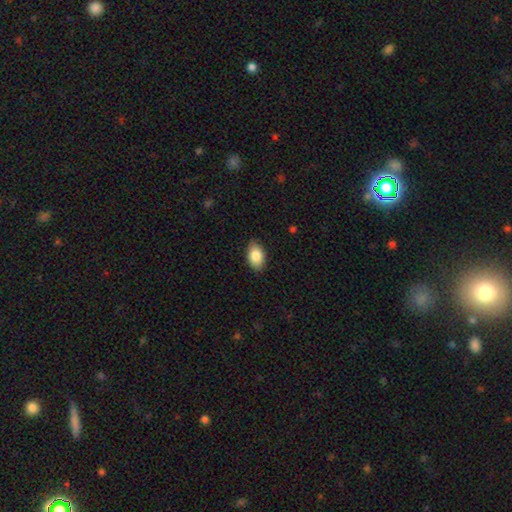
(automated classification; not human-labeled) This is clearly a smooth galaxy (85%). How rounded: clearly in between (91%). Merging: clearly none (85%).